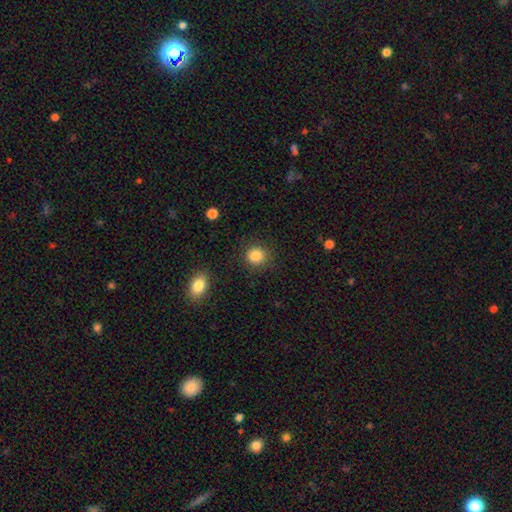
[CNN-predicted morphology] A smooth galaxy with no disk features (85%) that is round (89%). Merging: none (88%).